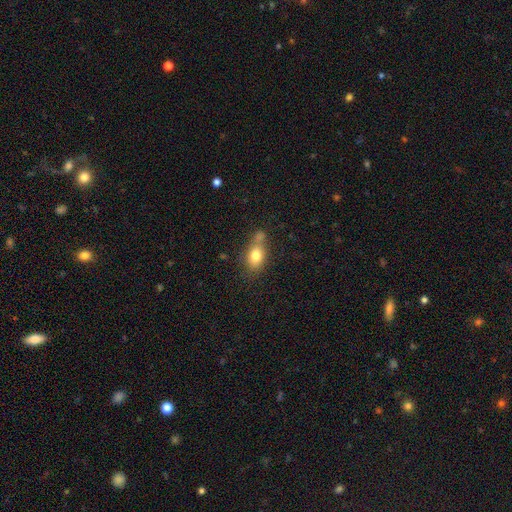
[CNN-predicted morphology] smooth_or_featured: smooth (p=0.77) [alt: featured or disk p=0.13]
how_rounded: in between (p=0.73) [alt: round p=0.23]
merging: none (p=0.47) [alt: merger p=0.26]